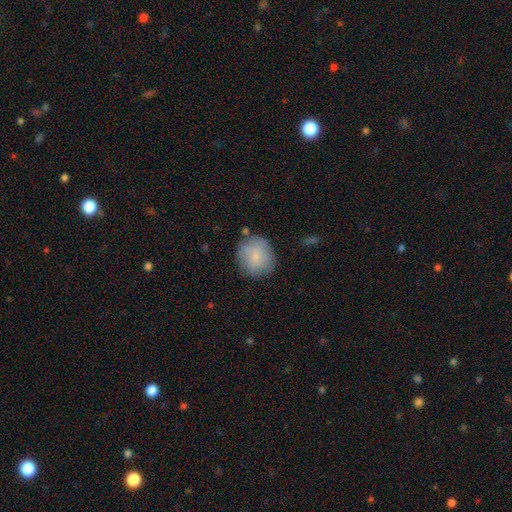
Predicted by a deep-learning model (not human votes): The model was most divided on "smooth or featured": smooth: 76%, featured or disk: 17%, star or artifact: 7%. More confident: how rounded — round (89%); merging — none (78%).